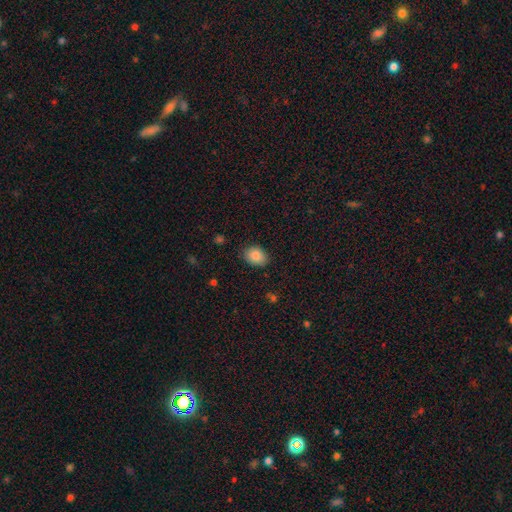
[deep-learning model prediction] The model was most divided on "how rounded": in between: 70%, round: 30%, cigar-shaped: 1%. More confident: smooth or featured — smooth (86%); merging — none (83%).